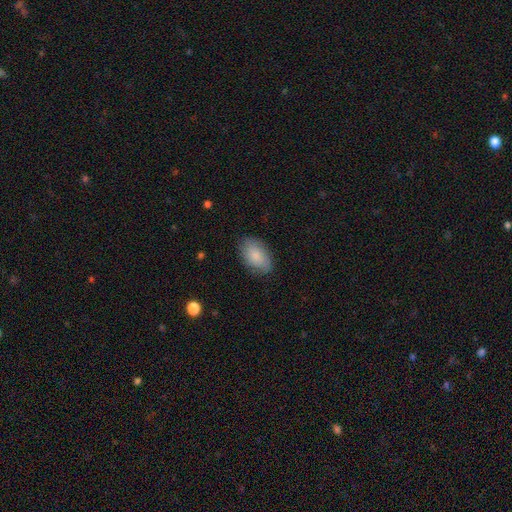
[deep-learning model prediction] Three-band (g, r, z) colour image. It shows a smooth galaxy with no disk features (84%) that is in between round and cigar-shaped (91%). Merging: none (82%).